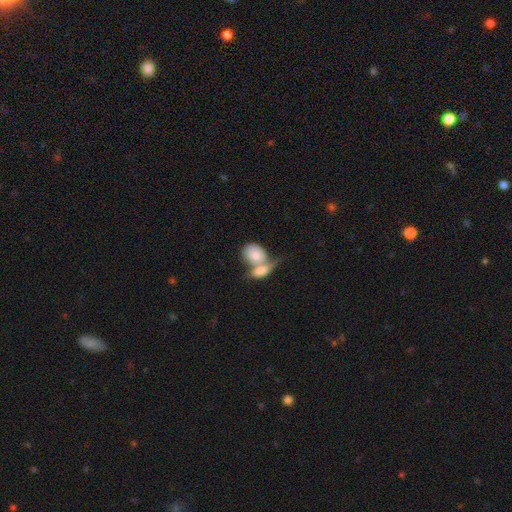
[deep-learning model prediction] Smooth or featured?
  - smooth: 71% *
  - featured or disk: 22%
  - star or artifact: 6%
How rounded?
  - in between: 61% *
  - round: 37%
  - cigar-shaped: 3%
Merging?
  - merger: 68% *
  - none: 19%
  - minor disturbance: 7%
  - major disturbance: 6%